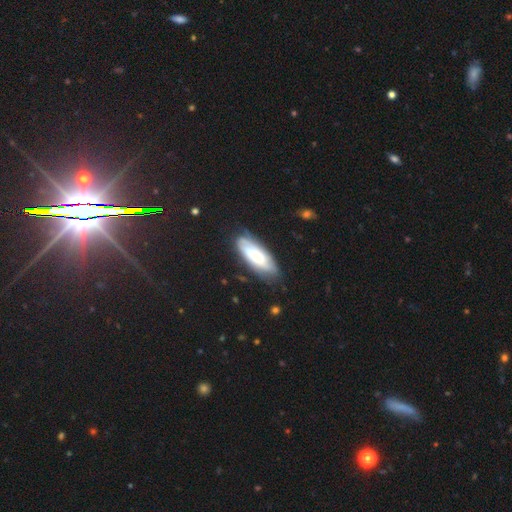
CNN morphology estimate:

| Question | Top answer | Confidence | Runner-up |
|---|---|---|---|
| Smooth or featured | featured or disk | 47% | smooth (46%) |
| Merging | none | 72% | minor disturbance (20%) |